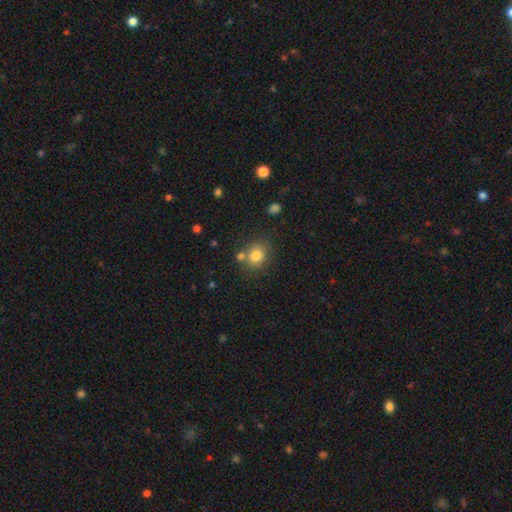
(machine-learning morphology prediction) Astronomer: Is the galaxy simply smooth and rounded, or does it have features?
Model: smooth — 80%.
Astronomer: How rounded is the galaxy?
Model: round — 73%.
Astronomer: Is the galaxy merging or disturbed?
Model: none — 67%.